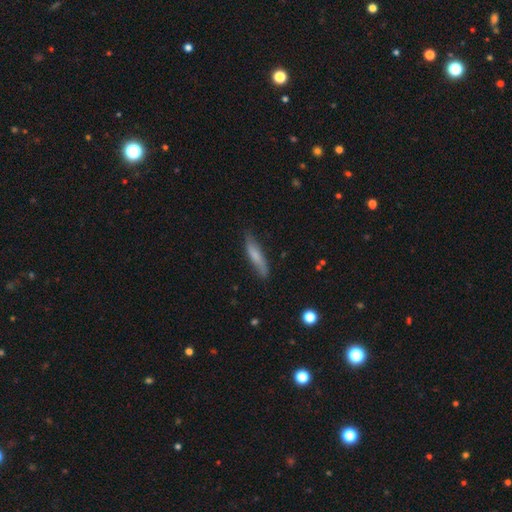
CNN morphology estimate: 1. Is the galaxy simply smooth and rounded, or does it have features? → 66% smooth, 28% featured or disk, 7% star or artifact.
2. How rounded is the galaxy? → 83% cigar-shaped, 15% in between, 2% round.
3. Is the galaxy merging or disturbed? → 77% none, 18% minor disturbance, 3% major disturbance, 2% merger.